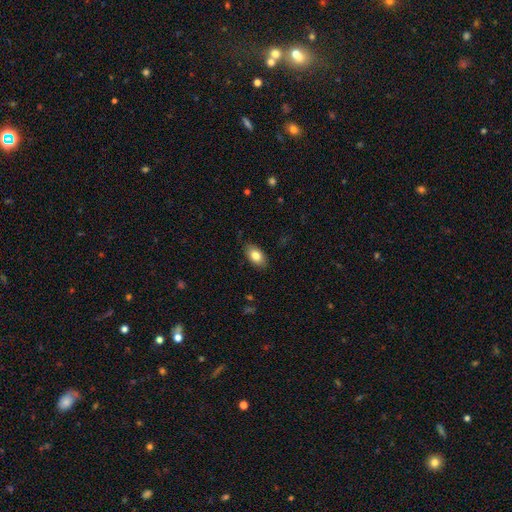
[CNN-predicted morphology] Smooth or featured? Predicted: smooth (p=0.81). How rounded? Predicted: in between (p=0.92). Merging? Predicted: none (p=0.84).